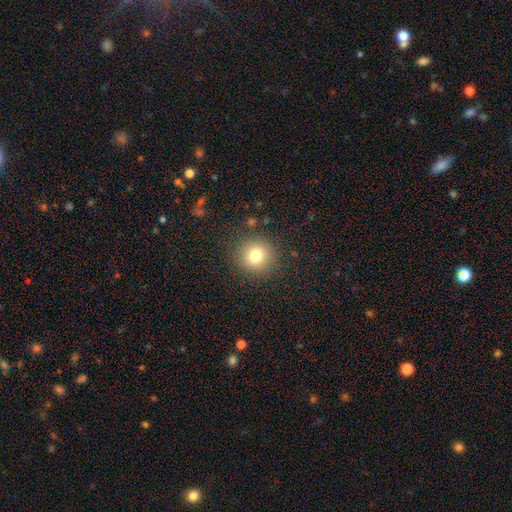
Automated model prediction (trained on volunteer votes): smooth 78%, star or artifact 13%, featured or disk 9%. Down the decision tree: how rounded — round (93%); merging — none (88%).